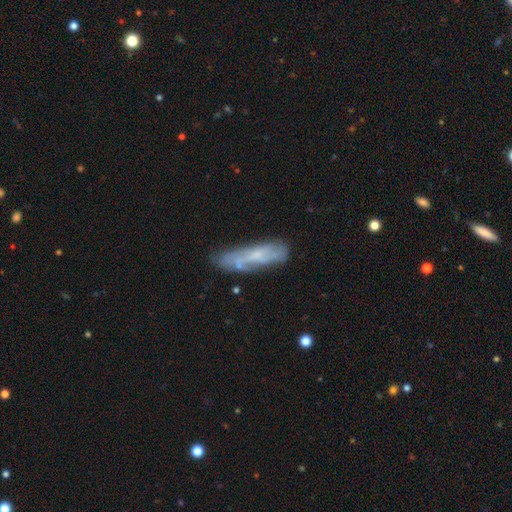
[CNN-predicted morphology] smooth_or_featured: featured or disk (p=0.48) [alt: smooth p=0.44]
merging: none (p=0.65) [alt: minor disturbance p=0.22]